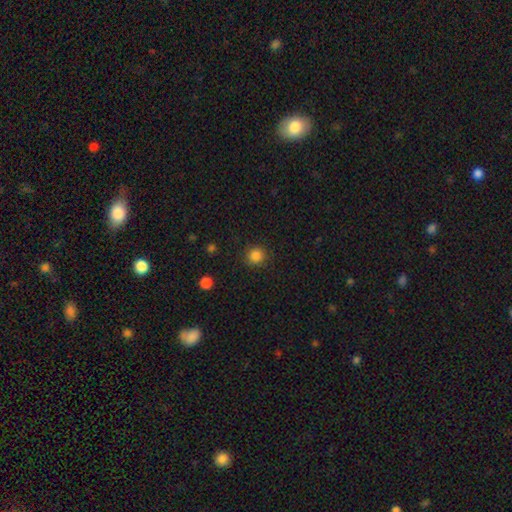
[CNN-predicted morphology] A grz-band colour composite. It shows a smooth galaxy with no disk features (85%) that is round (92%). Merging: none (88%).